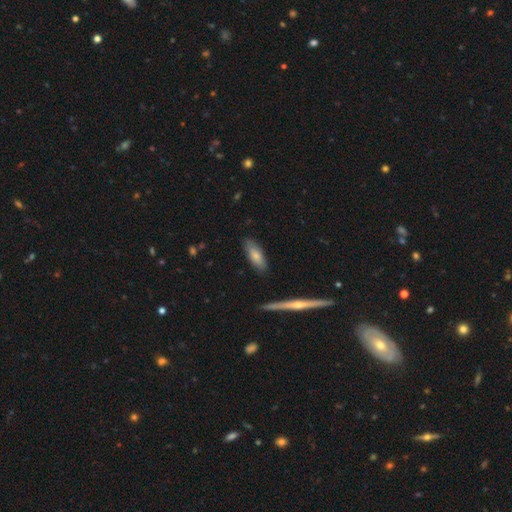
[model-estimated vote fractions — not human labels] Q: Smooth or featured?
A: smooth (69%); runner-up: featured or disk (25%)
Q: How rounded?
A: in between (64%); runner-up: cigar-shaped (34%)
Q: Merging?
A: none (81%); runner-up: minor disturbance (15%)